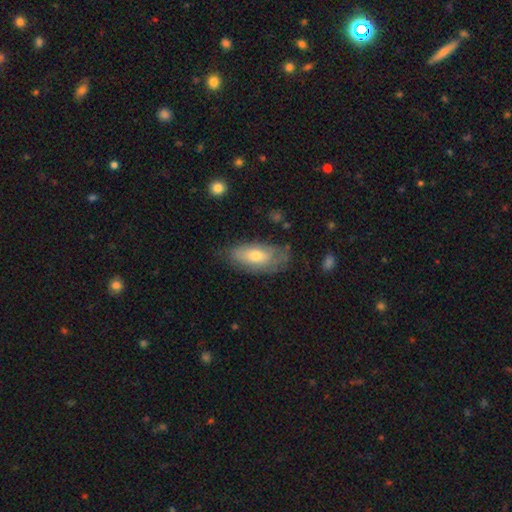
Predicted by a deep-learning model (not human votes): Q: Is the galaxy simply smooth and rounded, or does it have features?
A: smooth — 60%.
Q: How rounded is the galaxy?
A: in between — 89%.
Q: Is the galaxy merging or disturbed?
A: none — 59%.